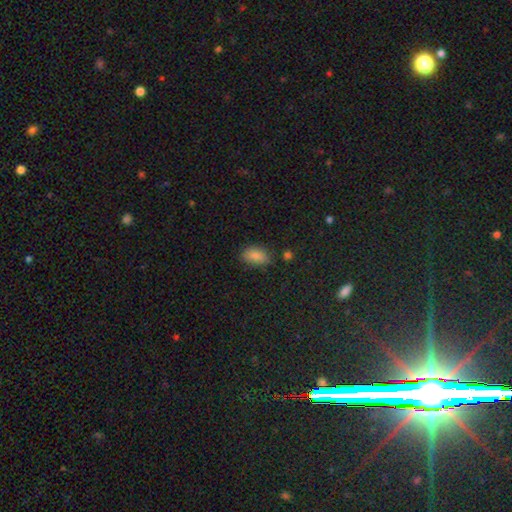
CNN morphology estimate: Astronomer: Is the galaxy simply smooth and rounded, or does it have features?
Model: smooth — 82%.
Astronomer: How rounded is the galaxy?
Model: in between — 88%.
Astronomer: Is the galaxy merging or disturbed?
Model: none — 77%.